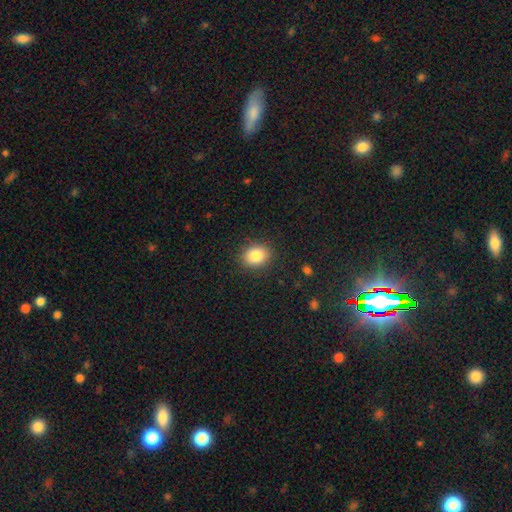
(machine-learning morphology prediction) smooth_or_featured: smooth (p=0.84) [alt: star or artifact p=0.09]
how_rounded: round (p=0.53) [alt: in between p=0.47]
merging: none (p=0.88) [alt: minor disturbance p=0.09]